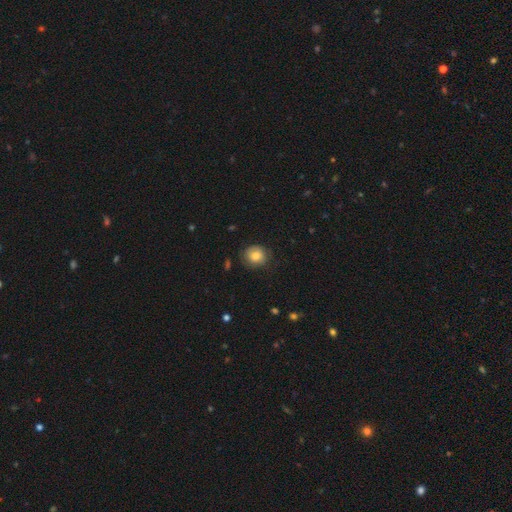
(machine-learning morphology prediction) Smooth or featured?
  - smooth: 75% *
  - featured or disk: 16%
  - star or artifact: 9%
How rounded?
  - round: 81% *
  - in between: 18%
  - cigar-shaped: 1%
Merging?
  - none: 76% *
  - minor disturbance: 18%
  - major disturbance: 5%
  - merger: 1%